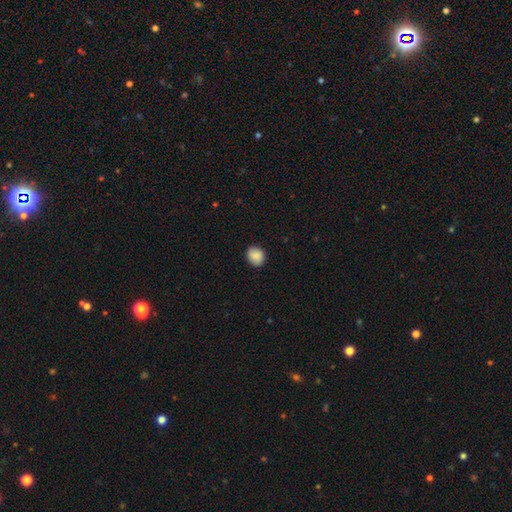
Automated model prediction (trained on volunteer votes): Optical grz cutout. It shows a smooth galaxy with no disk features (88%) that is round (70%). Merging: none (87%).